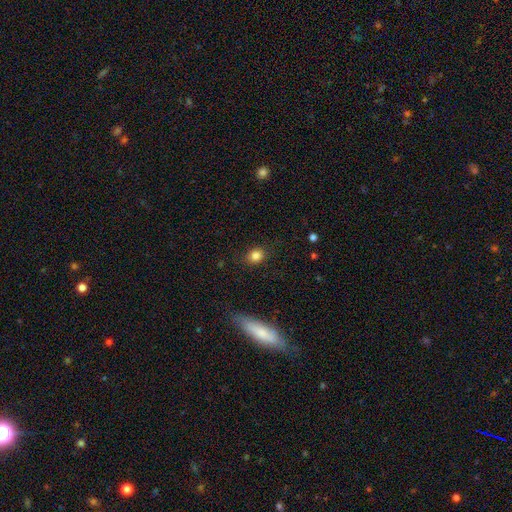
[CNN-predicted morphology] A smooth galaxy with no disk features (83%) that is round (63%).

Vote fractions:
- Smooth or featured? smooth: 83% / star or artifact: 11% / featured or disk: 6%
- How rounded? round: 63% / in between: 36% / cigar-shaped: 2%
- Merging? none: 86% / minor disturbance: 10% / major disturbance: 3% / merger: 1%